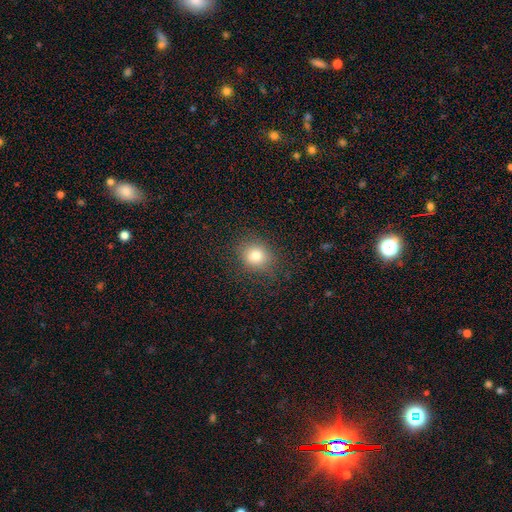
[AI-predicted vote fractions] This is likely a smooth galaxy (80%). How rounded: likely round (71%). Merging: clearly none (82%).